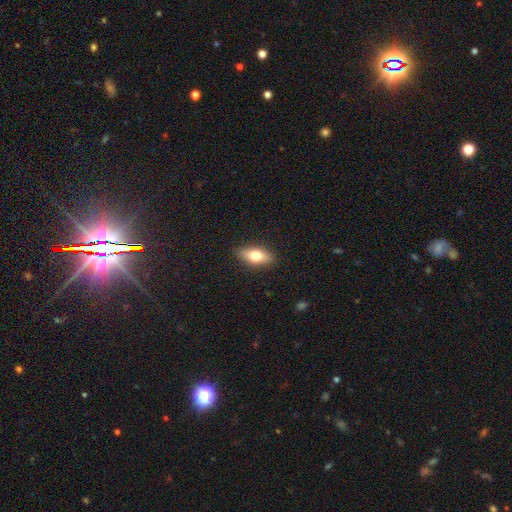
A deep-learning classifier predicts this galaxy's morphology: smooth-or-featured: smooth: 69% | featured or disk: 23% | star or artifact: 7%
  how-rounded: in between: 80% | cigar-shaped: 14% | round: 6%
  merging: none: 87% | minor disturbance: 10% | major disturbance: 2% | merger: 1%